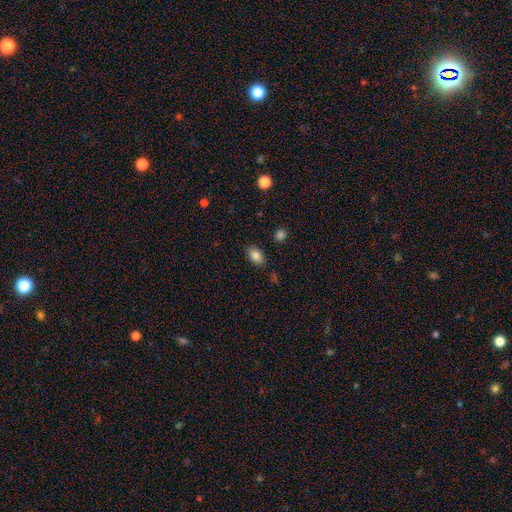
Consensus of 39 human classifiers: Q: Smooth or featured?
A: smooth (92%); runner-up: featured or disk (5%)
Q: How rounded?
A: in between (94%); runner-up: round (3%)
Q: Merging?
A: none (76%); runner-up: minor disturbance (16%)